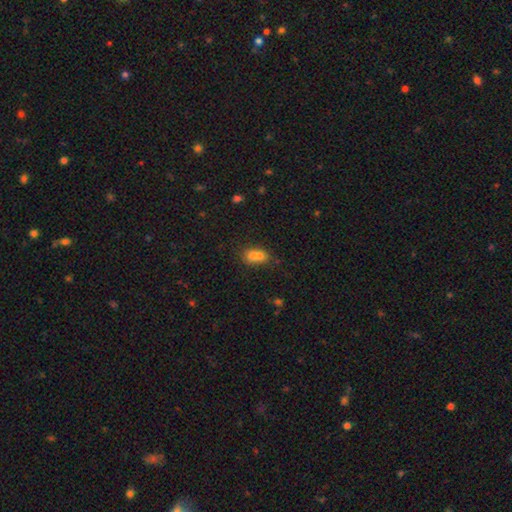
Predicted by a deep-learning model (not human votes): A smooth galaxy with no disk features (71%) that is in between round and cigar-shaped (58%). Merging: merger (64%).